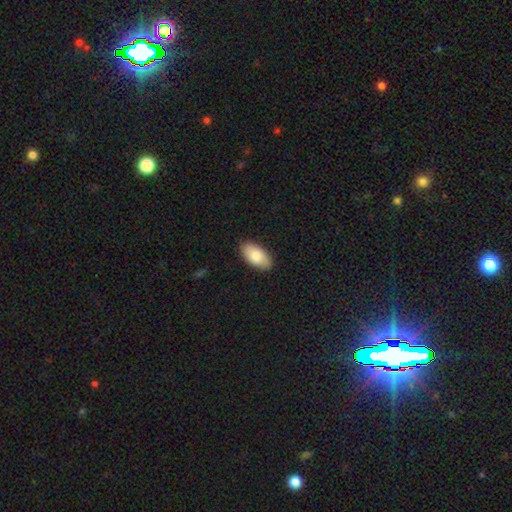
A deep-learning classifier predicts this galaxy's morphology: smooth_or_featured: smooth (p=0.84) [alt: featured or disk p=0.10]
how_rounded: in between (p=0.95) [alt: cigar-shaped p=0.03]
merging: none (p=0.87) [alt: minor disturbance p=0.10]